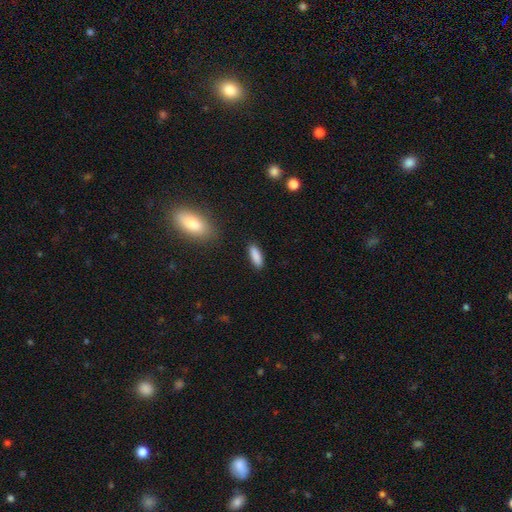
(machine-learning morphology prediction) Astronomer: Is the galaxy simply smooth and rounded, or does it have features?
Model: smooth — 88%.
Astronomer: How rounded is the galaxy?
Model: in between — 56% (runner-up: cigar-shaped, 42%).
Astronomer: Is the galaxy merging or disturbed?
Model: none — 86%.